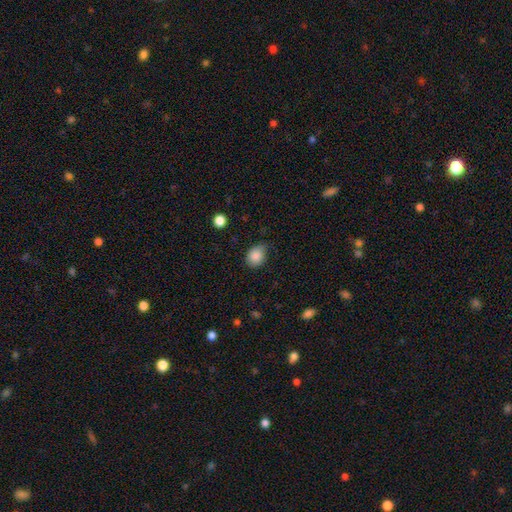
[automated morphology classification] A smooth galaxy with no disk features (86%) that is round (50%).

Vote fractions:
- Smooth or featured? smooth: 86% / star or artifact: 9% / featured or disk: 5%
- How rounded? round: 50% / in between: 49% / cigar-shaped: 1%
- Merging? none: 61% / minor disturbance: 32% / major disturbance: 6% / merger: 2%